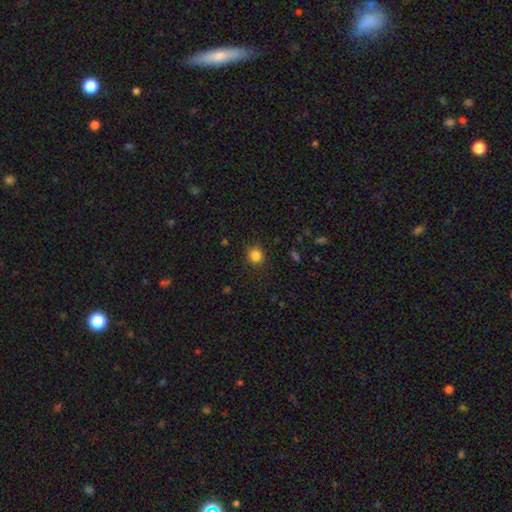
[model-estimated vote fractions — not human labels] Smooth or featured? Predicted: smooth (p=0.84). How rounded? Predicted: round (p=0.86). Merging? Predicted: none (p=0.88).